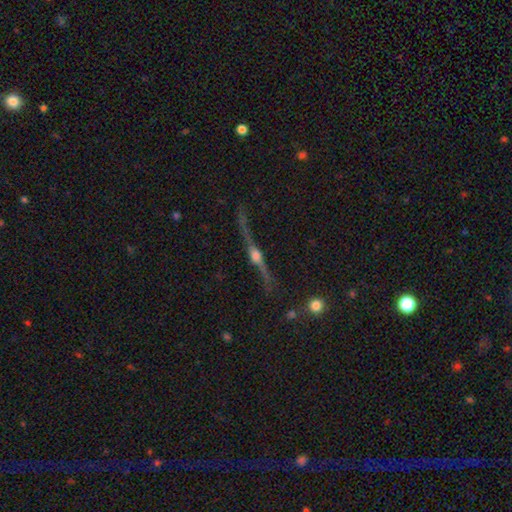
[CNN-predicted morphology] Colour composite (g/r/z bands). It shows a featured or disk galaxy (83%) viewed edge-on (94%) with a rounded central bulge (91%). Merging: none (76%).